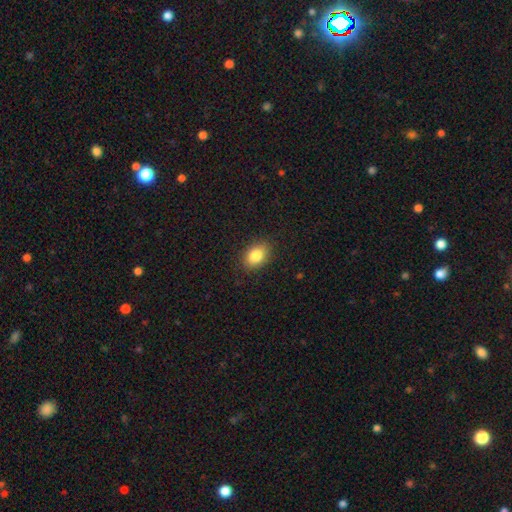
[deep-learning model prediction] Smooth or featured? Predicted: smooth (p=0.84). How rounded? Predicted: in between (p=0.71). Merging? Predicted: none (p=0.87).